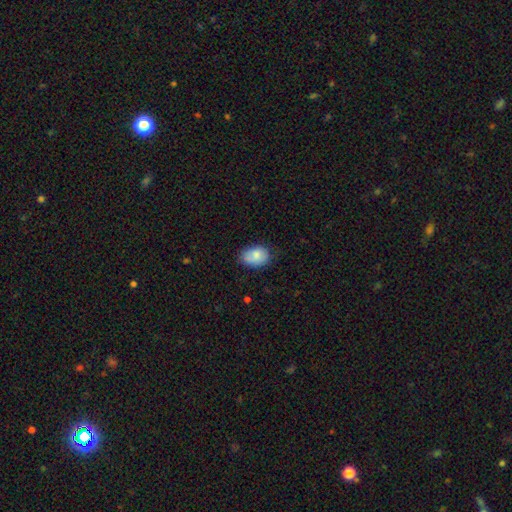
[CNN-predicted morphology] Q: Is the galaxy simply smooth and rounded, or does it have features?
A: smooth — 80%.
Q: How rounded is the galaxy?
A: in between — 78%.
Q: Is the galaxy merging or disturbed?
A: none — 64%.